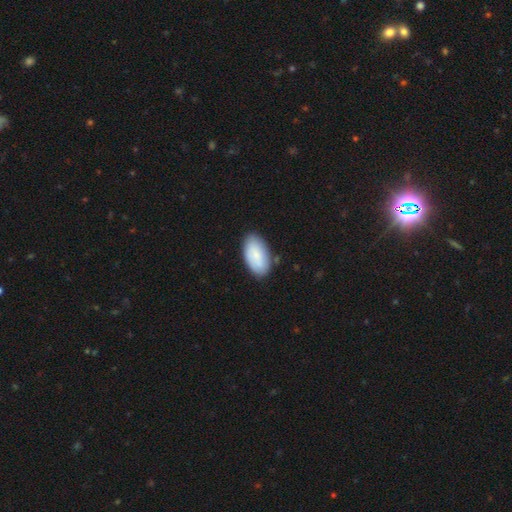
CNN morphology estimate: Smooth or featured? smooth (83%)
How rounded? in between (96%)
Merging? none (81%)